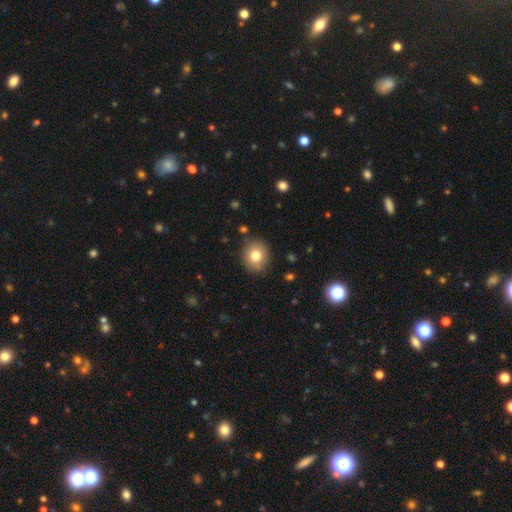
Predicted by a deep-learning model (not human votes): smooth-or-featured: smooth: 79% | featured or disk: 11% | star or artifact: 10%
  how-rounded: round: 74% | in between: 26% | cigar-shaped: 1%
  merging: none: 88% | minor disturbance: 8% | major disturbance: 2% | merger: 2%